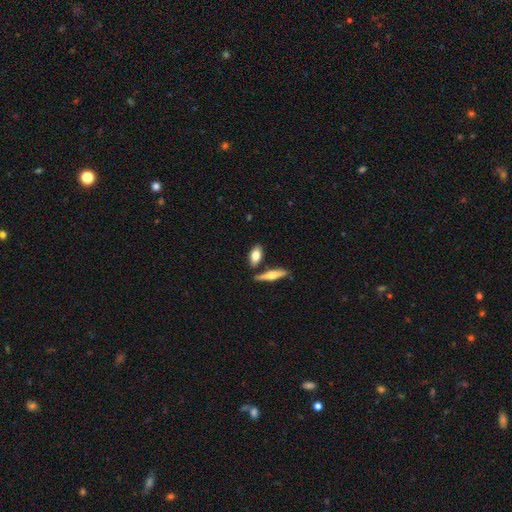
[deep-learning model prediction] This appears to be a smooth galaxy with no disk features (72%) that is in between round and cigar-shaped (80%). Merging: none (73%).